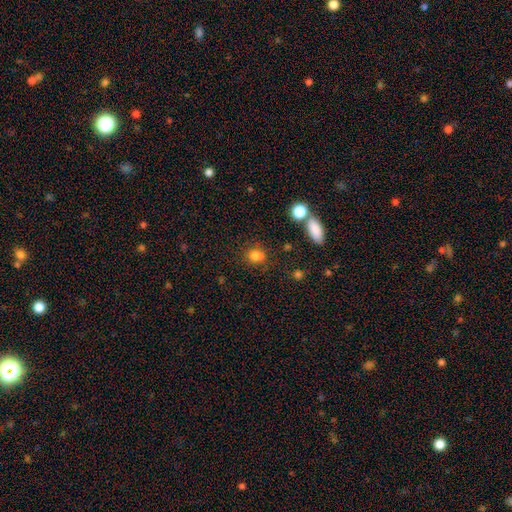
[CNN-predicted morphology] The model was most divided on "how rounded": in between: 51%, round: 47%, cigar-shaped: 2%. More confident: smooth or featured — smooth (80%); merging — none (68%).